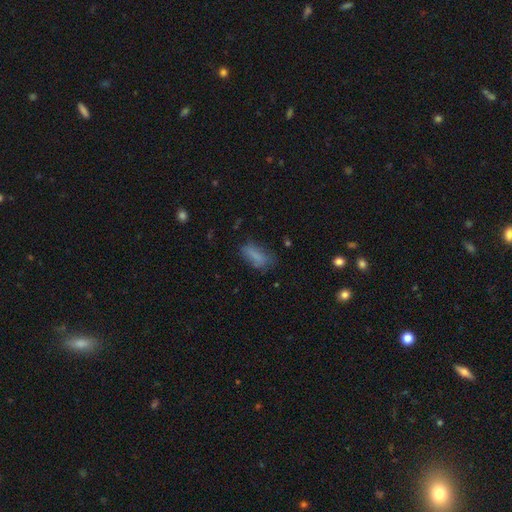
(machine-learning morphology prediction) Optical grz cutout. It shows a smooth galaxy with no disk features (78%) that is in between round and cigar-shaped (71%). Merging: none (61%).